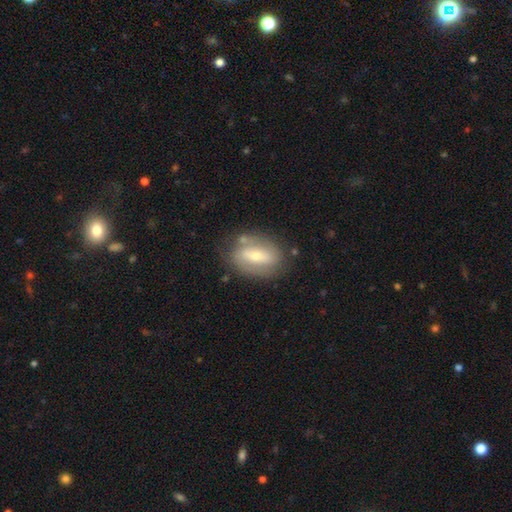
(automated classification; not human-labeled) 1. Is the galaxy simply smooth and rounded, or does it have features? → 58% featured or disk, 35% smooth, 7% star or artifact.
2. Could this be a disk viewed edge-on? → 84% no, 16% yes.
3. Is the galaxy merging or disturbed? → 75% none, 15% minor disturbance, 5% major disturbance, 4% merger.